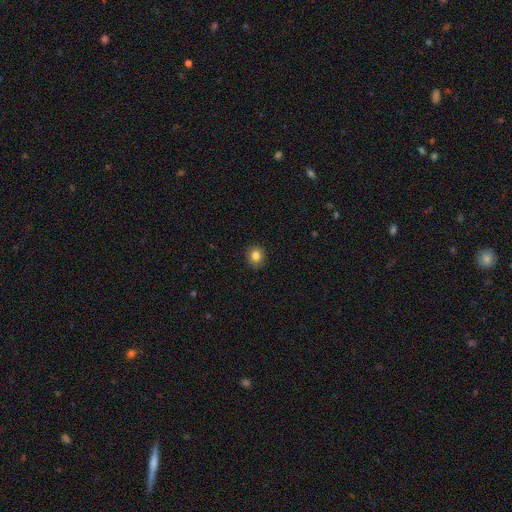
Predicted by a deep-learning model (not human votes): This is clearly a smooth galaxy (84%). How rounded: clearly round (84%). Merging: clearly none (91%).